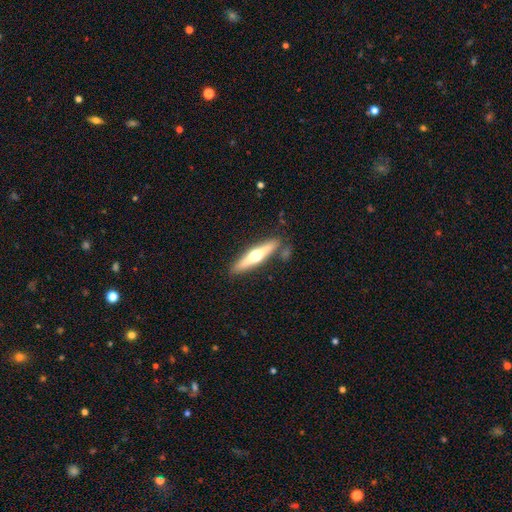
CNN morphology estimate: smooth-or-featured: featured or disk: 63% | smooth: 31% | star or artifact: 5%
  disk-edge-on: yes: 95% | no: 5%
    edge-on-bulge: rounded: 95% | none: 3% | boxy: 2%
  merging: none: 84% | minor disturbance: 10% | merger: 4% | major disturbance: 2%